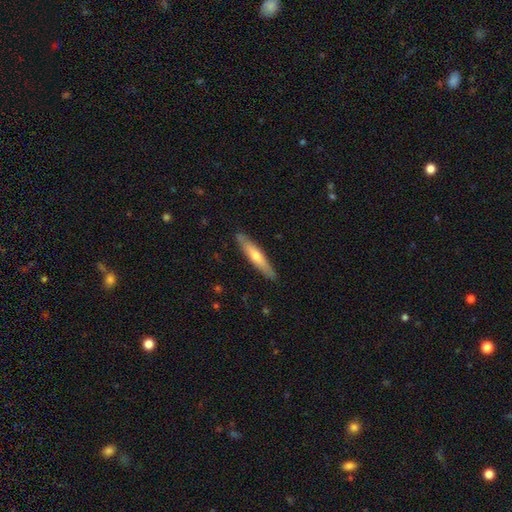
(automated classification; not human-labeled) smooth 50%, featured or disk 44%, star or artifact 5%. Down the decision tree: how rounded — cigar-shaped (90%); merging — none (89%).